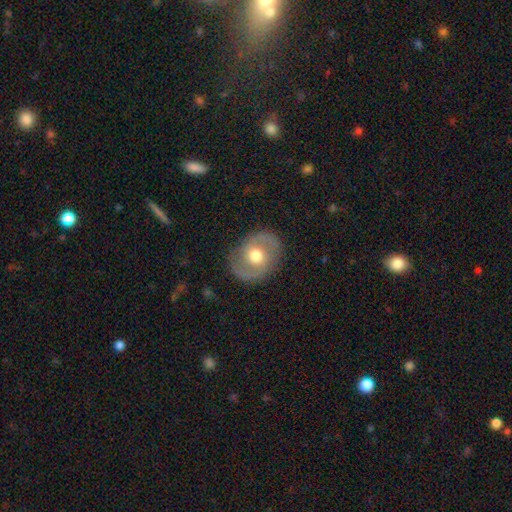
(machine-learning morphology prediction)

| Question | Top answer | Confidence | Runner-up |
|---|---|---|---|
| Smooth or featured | featured or disk | 66% | smooth (28%) |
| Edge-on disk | no | 96% | yes (4%) |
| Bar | no | 63% | weak (29%) |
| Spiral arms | yes | 71% | no (29%) |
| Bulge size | moderate | 70% | large (22%) |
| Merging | none | 82% | minor disturbance (12%) |